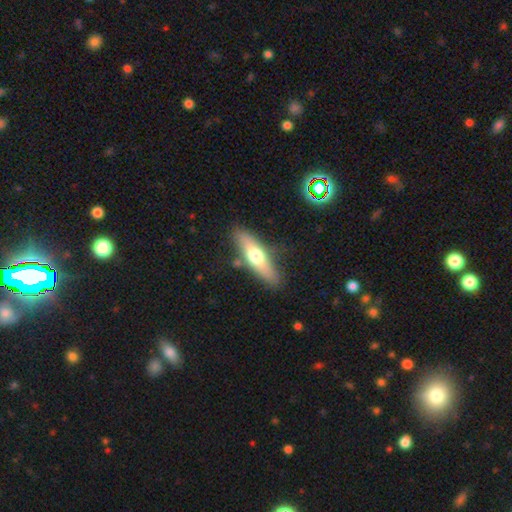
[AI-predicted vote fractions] Smooth or featured: smooth — 53% (featured or disk — 41%)
How rounded: cigar-shaped — 63% (in between — 34%)
Merging: none — 80% (minor disturbance — 13%)